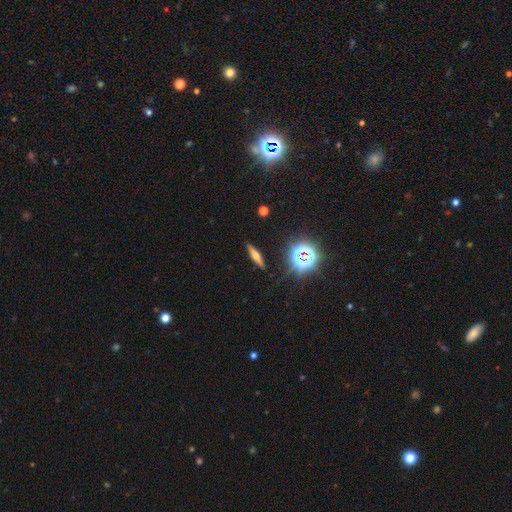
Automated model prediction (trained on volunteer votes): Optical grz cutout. It shows a featured or disk galaxy (50%). Merging: none (88%).